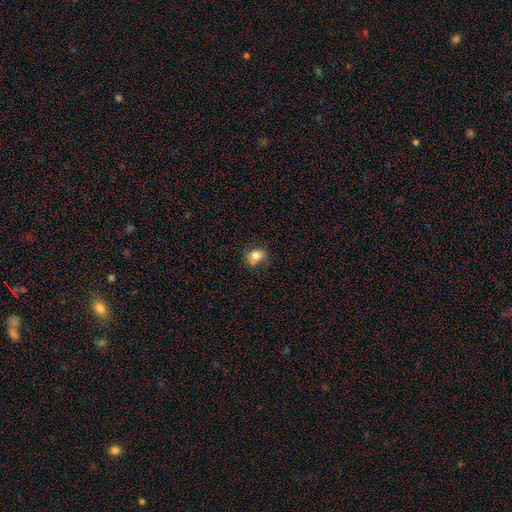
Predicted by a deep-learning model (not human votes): A smooth galaxy with no disk features (81%) that is in between round and cigar-shaped (59%). Merging: none (71%).